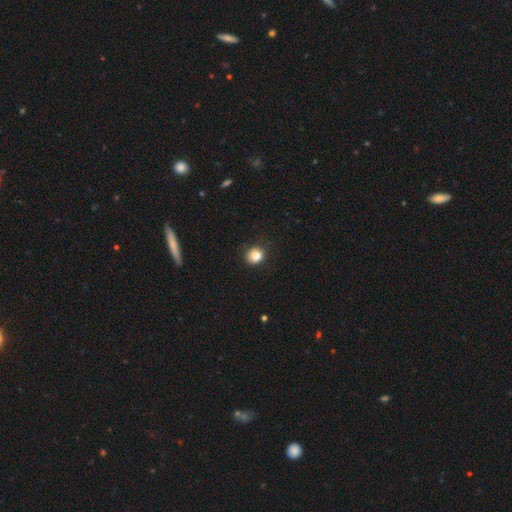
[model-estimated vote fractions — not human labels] The model was most divided on "how rounded": round: 81%, in between: 18%, cigar-shaped: 1%. More confident: smooth or featured — smooth (84%); merging — none (80%).